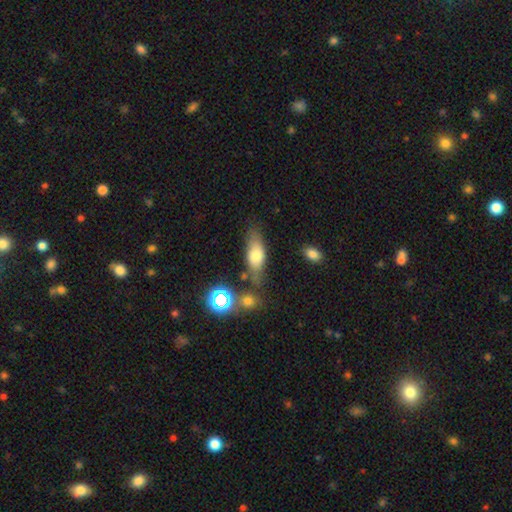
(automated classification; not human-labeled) Overall: smooth (66%). How rounded: in between (67%; cigar-shaped 29%). Merging: none (65%).